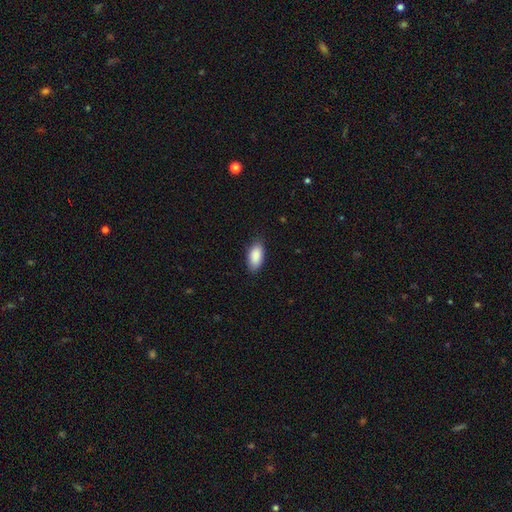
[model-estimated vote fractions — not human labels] Smooth or featured?
  - smooth: 90% *
  - star or artifact: 6%
  - featured or disk: 4%
How rounded?
  - in between: 92% *
  - cigar-shaped: 5%
  - round: 2%
Merging?
  - none: 84% *
  - minor disturbance: 13%
  - major disturbance: 2%
  - merger: 1%